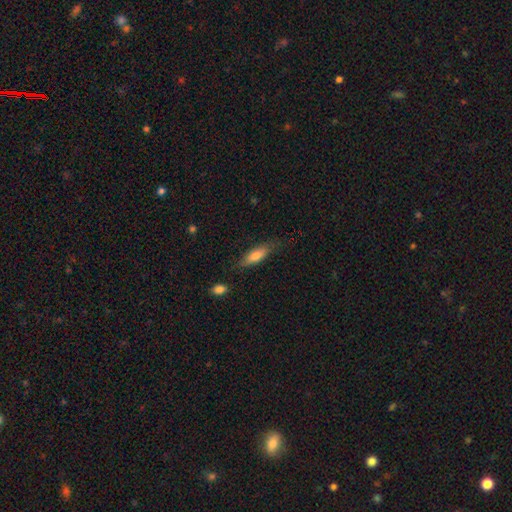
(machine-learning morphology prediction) A smooth galaxy with no disk features (74%) that is in between round and cigar-shaped (51%). Merging: none (74%).